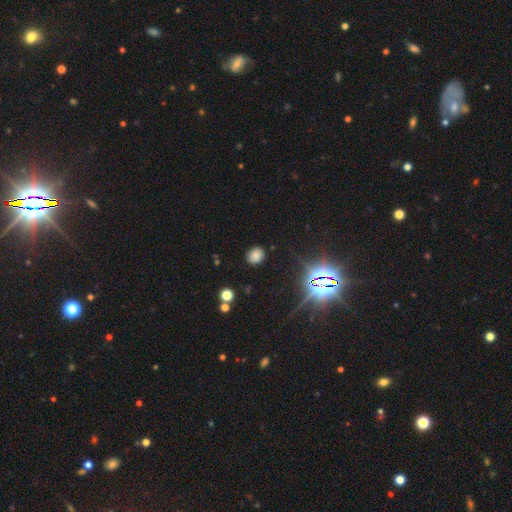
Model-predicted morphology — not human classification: smooth 72%, star or artifact 21%, featured or disk 7%. Down the decision tree: how rounded — round (62%); merging — none (85%).